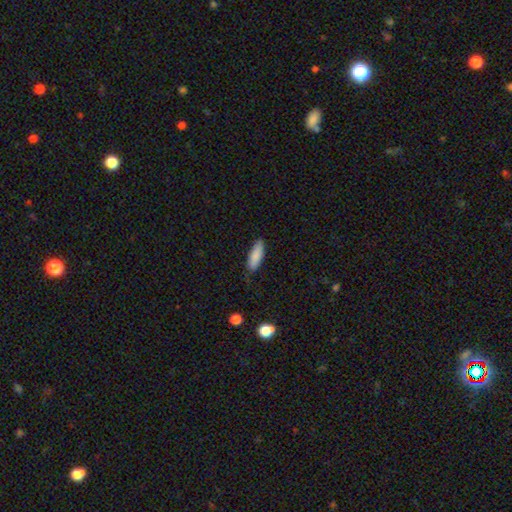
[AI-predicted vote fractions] Smooth or featured? Predicted: smooth (p=0.85). How rounded? Predicted: in between (p=0.52). Merging? Predicted: none (p=0.83).